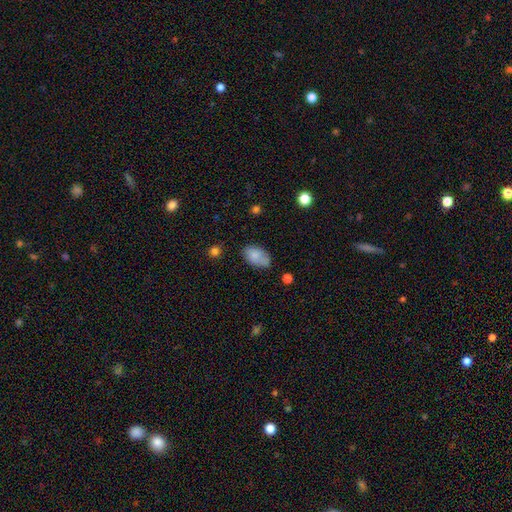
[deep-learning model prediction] Morphology: type=smooth (82%); roundness=in between (92%); merging=none (61%).